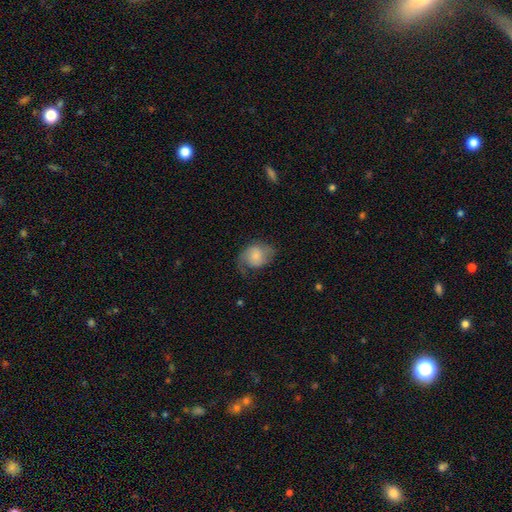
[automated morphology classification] Smooth or featured?
  - smooth: 52% *
  - featured or disk: 40%
  - star or artifact: 8%
How rounded?
  - in between: 52% *
  - round: 47%
  - cigar-shaped: 1%
Merging?
  - none: 55% *
  - minor disturbance: 27%
  - major disturbance: 17%
  - merger: 1%